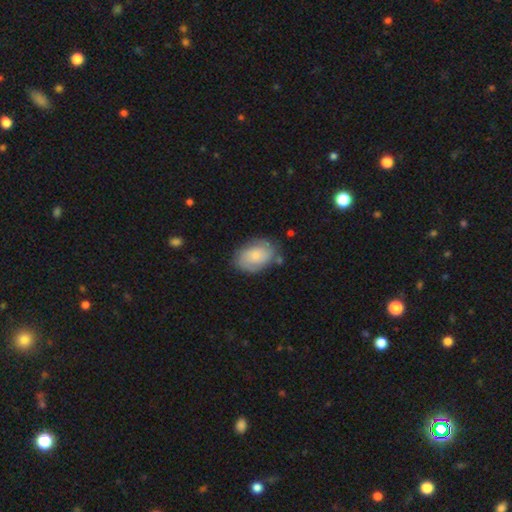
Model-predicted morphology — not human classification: This appears to be a smooth galaxy with no disk features (50%) that is in between round and cigar-shaped (82%). Merging: none (71%).